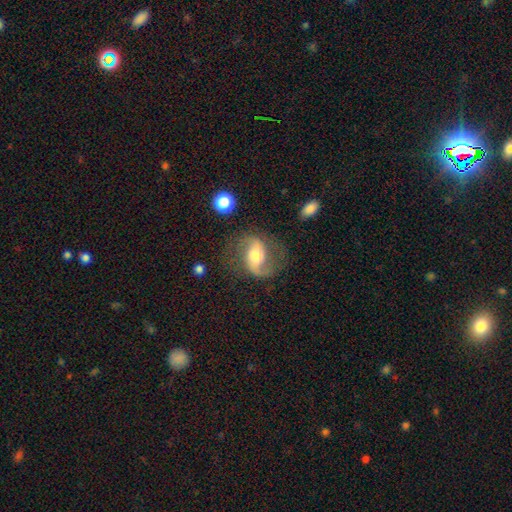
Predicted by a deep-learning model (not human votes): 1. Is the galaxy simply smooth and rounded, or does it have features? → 79% featured or disk, 14% smooth, 6% star or artifact.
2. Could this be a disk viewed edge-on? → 96% no, 4% yes.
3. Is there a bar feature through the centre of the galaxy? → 40% weak, 32% strong, 29% no.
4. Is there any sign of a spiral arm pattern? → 92% yes, 8% no.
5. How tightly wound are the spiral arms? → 45% loose, 44% medium, 11% tight.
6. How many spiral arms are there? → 90% 2, 4% 1, 3% can't tell, 1% 3, 1% 4, 1% more than 4.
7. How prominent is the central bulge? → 61% moderate, 20% large, 14% small, 2% dominant, 2% none.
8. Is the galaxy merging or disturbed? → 68% none, 16% minor disturbance, 13% major disturbance, 2% merger.